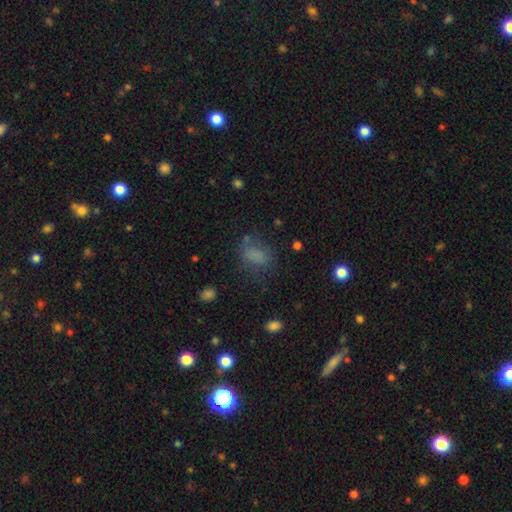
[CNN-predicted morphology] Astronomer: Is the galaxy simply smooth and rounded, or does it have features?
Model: smooth — 73%.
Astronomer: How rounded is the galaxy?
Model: in between — 76%.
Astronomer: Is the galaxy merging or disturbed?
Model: none — 55%.